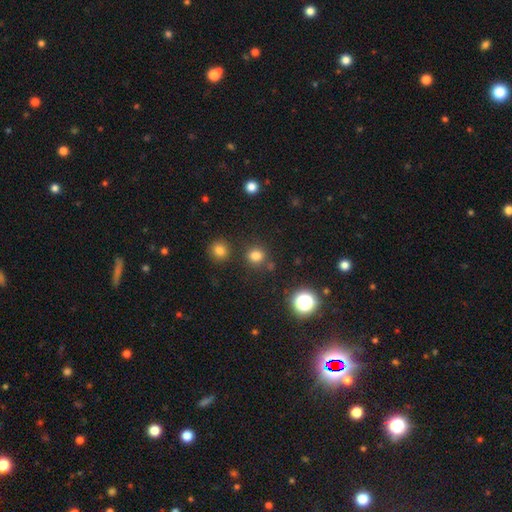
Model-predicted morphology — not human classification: A smooth galaxy with no disk features (78%) that is round (88%).

Vote fractions:
- Smooth or featured? smooth: 78% / star or artifact: 17% / featured or disk: 5%
- How rounded? round: 88% / in between: 11% / cigar-shaped: 1%
- Merging? none: 82% / minor disturbance: 8% / merger: 7% / major disturbance: 3%